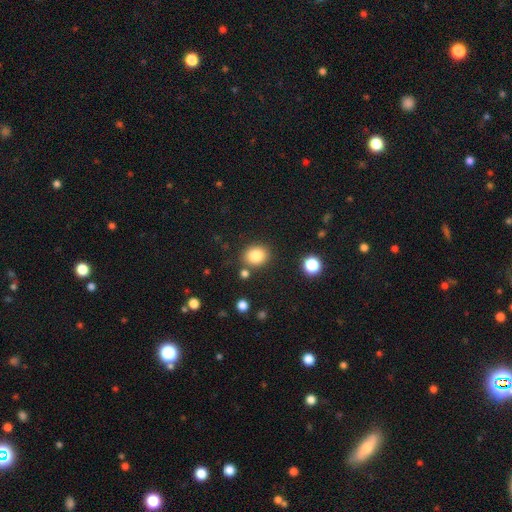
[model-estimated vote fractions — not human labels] The model was most divided on "how rounded": round: 64%, in between: 35%, cigar-shaped: 1%. More confident: smooth or featured — smooth (83%); merging — none (82%).